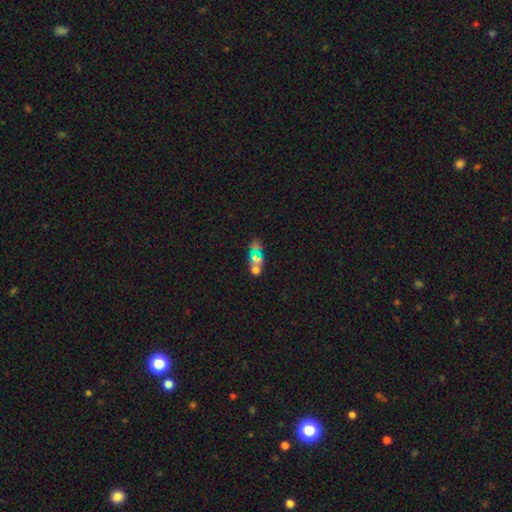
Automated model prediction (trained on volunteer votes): smooth_or_featured: smooth (p=0.39) [alt: star or artifact p=0.31]
merging: none (p=0.53) [alt: merger p=0.26]